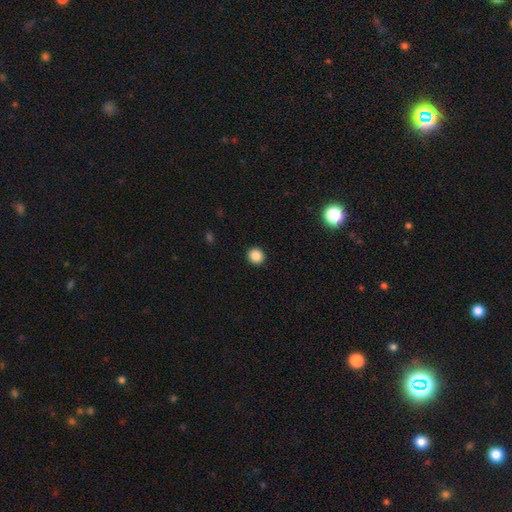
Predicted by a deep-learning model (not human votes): Morphology: type=smooth (87%); roundness=round (90%); merging=none (92%).